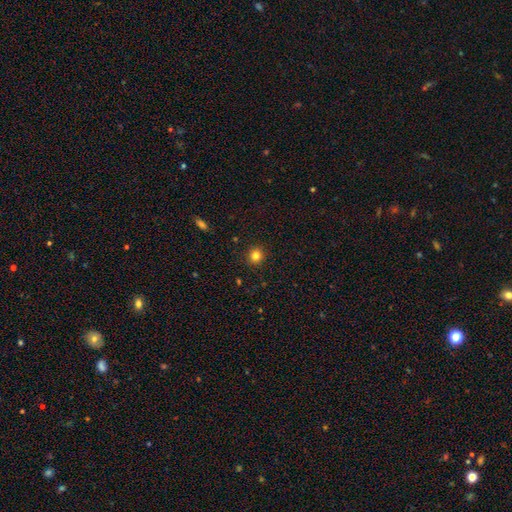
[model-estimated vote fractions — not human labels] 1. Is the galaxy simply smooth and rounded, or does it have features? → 83% smooth, 12% star or artifact, 5% featured or disk.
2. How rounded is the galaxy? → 90% round, 9% in between, 1% cigar-shaped.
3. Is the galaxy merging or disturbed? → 91% none, 6% minor disturbance, 2% major disturbance, 1% merger.